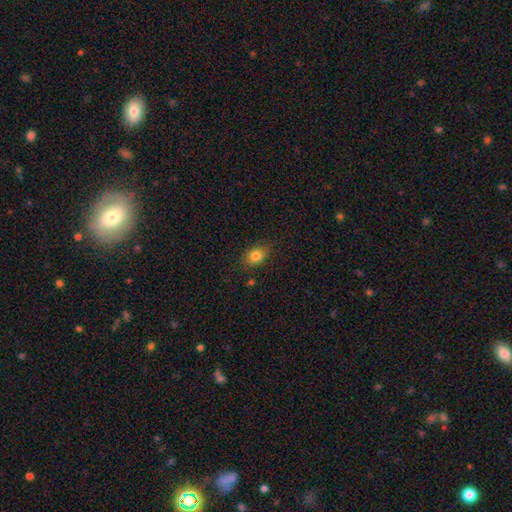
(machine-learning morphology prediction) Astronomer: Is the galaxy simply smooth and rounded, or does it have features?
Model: smooth — 82%.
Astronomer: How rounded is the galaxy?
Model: in between — 67%.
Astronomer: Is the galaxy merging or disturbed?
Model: none — 82%.